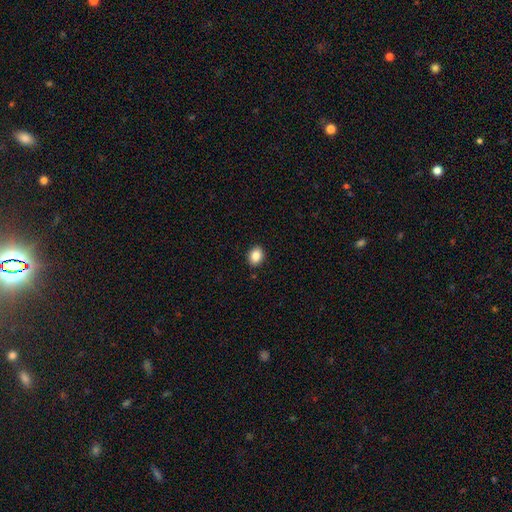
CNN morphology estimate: type=smooth (86%); roundness=in between (57%); merging=none (90%).